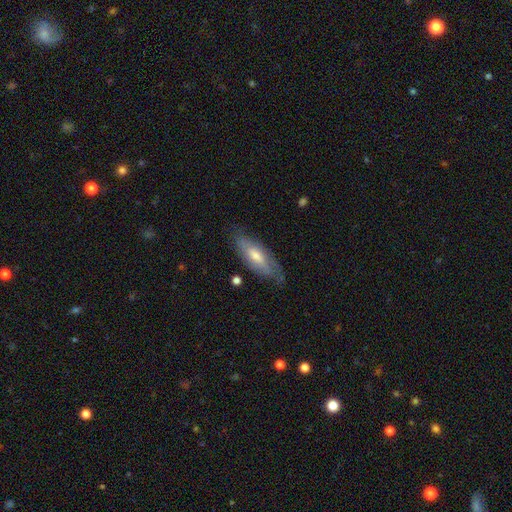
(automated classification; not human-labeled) Overall: featured or disk (50%; smooth 44%). Merging: none (71%).